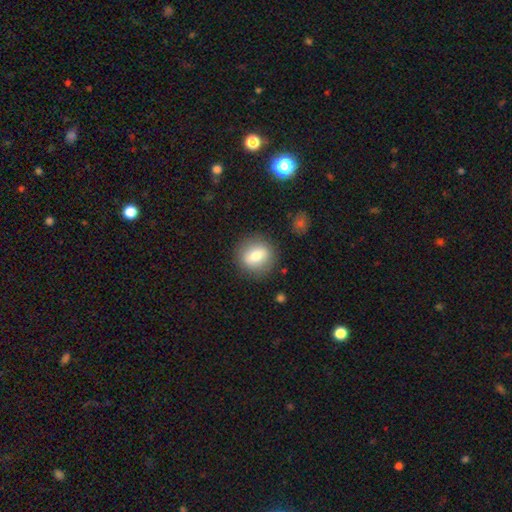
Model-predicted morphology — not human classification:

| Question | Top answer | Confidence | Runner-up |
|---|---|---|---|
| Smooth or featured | smooth | 69% | featured or disk (22%) |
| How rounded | round | 84% | in between (15%) |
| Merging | none | 86% | minor disturbance (9%) |